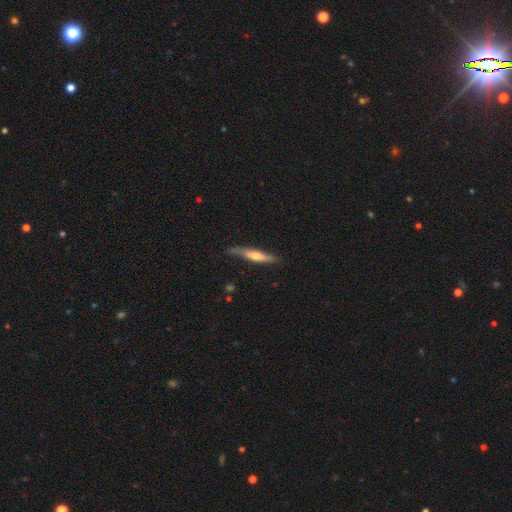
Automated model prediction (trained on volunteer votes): featured or disk 48%, smooth 46%, star or artifact 5%. Down the decision tree: merging — none (70%).